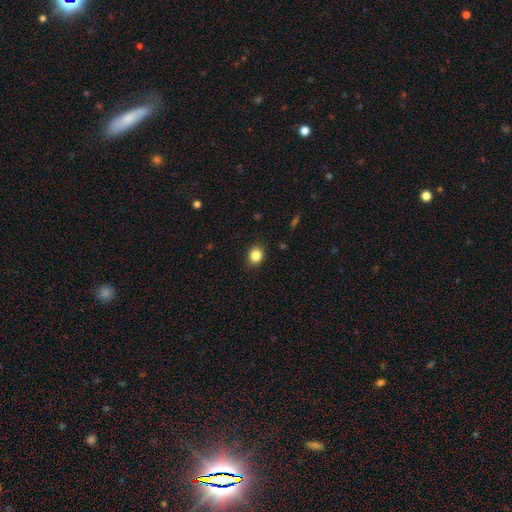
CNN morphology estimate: A smooth galaxy with no disk features (85%) that is round (69%). Merging: none (90%).